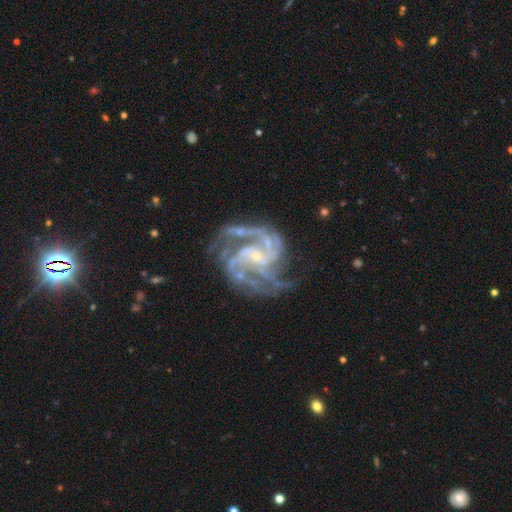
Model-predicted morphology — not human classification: Smooth or featured? Predicted: featured or disk (p=0.92). Edge-on disk? Predicted: no (p=0.98). Bar? Predicted: no (p=0.48). Spiral arms? Predicted: yes (p=0.98). Spiral winding? Predicted: medium (p=0.56). Spiral arm count? Predicted: 3 (p=0.33). Bulge size? Predicted: small (p=0.82). Merging? Predicted: none (p=0.65).